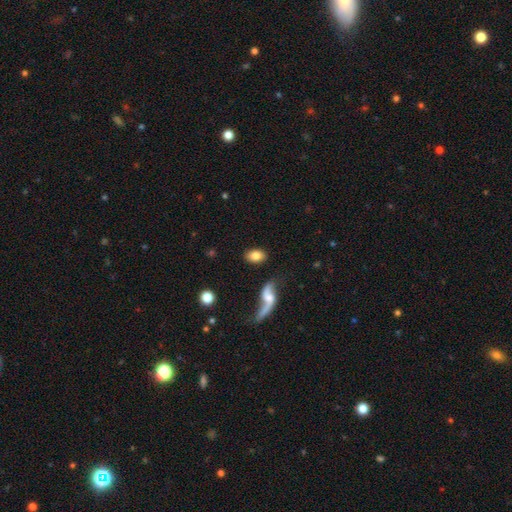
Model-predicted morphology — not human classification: smooth-or-featured: smooth: 78% | featured or disk: 15% | star or artifact: 7%
  how-rounded: in between: 87% | round: 11% | cigar-shaped: 2%
  merging: none: 84% | minor disturbance: 9% | major disturbance: 4% | merger: 3%